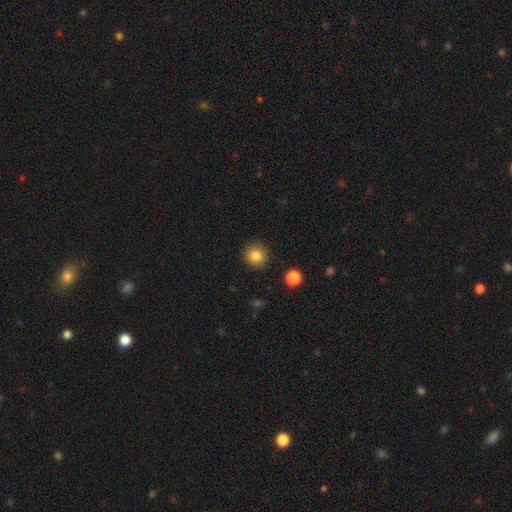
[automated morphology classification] A smooth galaxy with no disk features (83%) that is round (93%).

Vote fractions:
- Smooth or featured? smooth: 83% / star or artifact: 11% / featured or disk: 6%
- How rounded? round: 93% / in between: 6% / cigar-shaped: 1%
- Merging? none: 91% / minor disturbance: 6% / major disturbance: 2% / merger: 1%